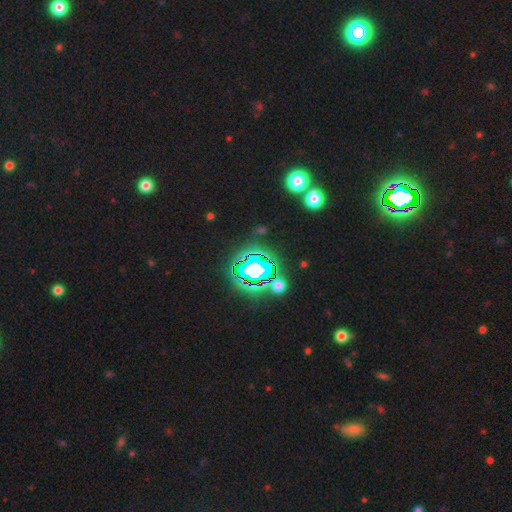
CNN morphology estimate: This appears to be a star or artifact, not a galaxy (80%).